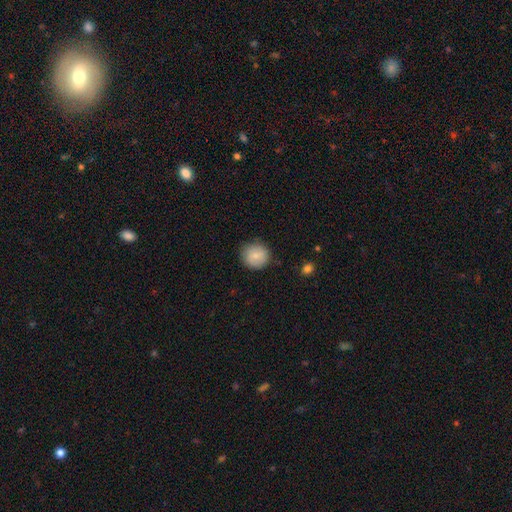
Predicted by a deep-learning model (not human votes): Q: Smooth or featured?
A: smooth (82%); runner-up: featured or disk (11%)
Q: How rounded?
A: round (90%); runner-up: in between (9%)
Q: Merging?
A: none (84%); runner-up: minor disturbance (12%)